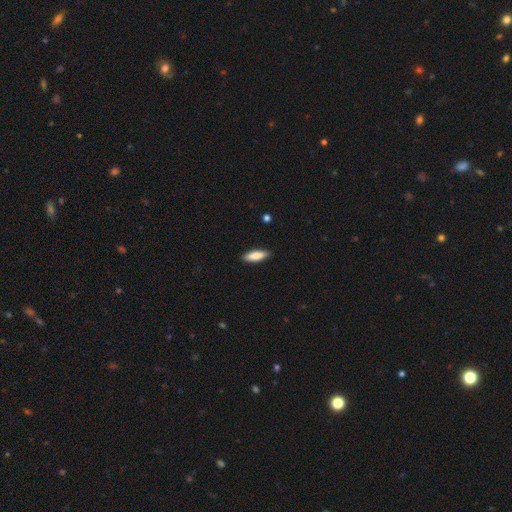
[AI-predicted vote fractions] smooth 84%, featured or disk 10%, star or artifact 6%. Down the decision tree: how rounded — in between (53%); merging — none (89%).